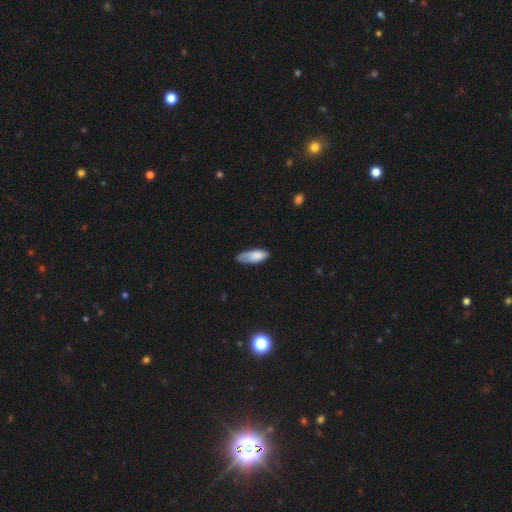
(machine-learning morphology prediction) Overall: smooth (82%). How rounded: in between (73%). Merging: none (58%; minor disturbance 34%).